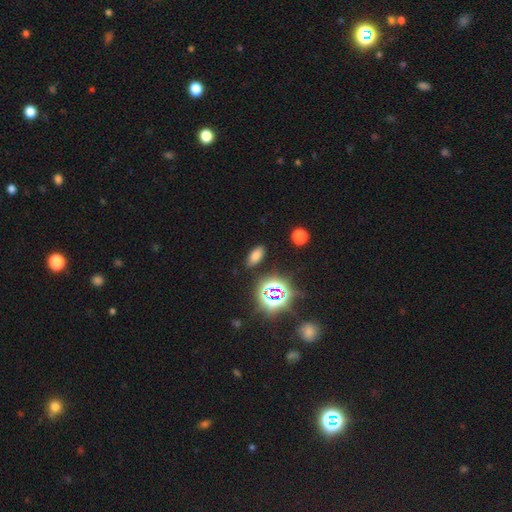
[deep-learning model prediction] Smooth or featured: smooth — 65% (star or artifact — 27%)
How rounded: in between — 86% (cigar-shaped — 7%)
Merging: none — 87% (minor disturbance — 8%)